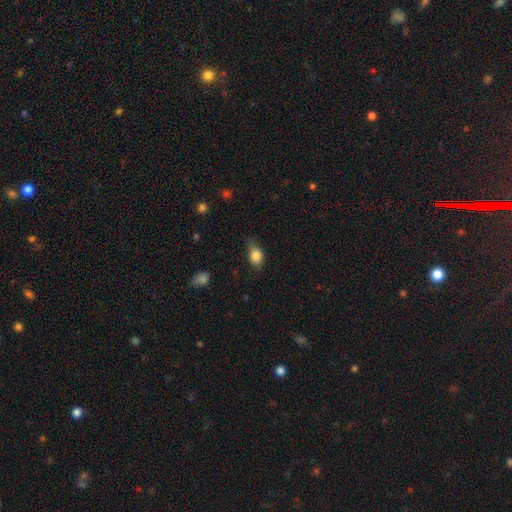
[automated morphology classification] A smooth galaxy with no disk features (83%) that is in between round and cigar-shaped (71%).

Vote fractions:
- Smooth or featured? smooth: 83% / star or artifact: 9% / featured or disk: 8%
- How rounded? in between: 71% / round: 27% / cigar-shaped: 2%
- Merging? none: 54% / minor disturbance: 35% / major disturbance: 10% / merger: 2%